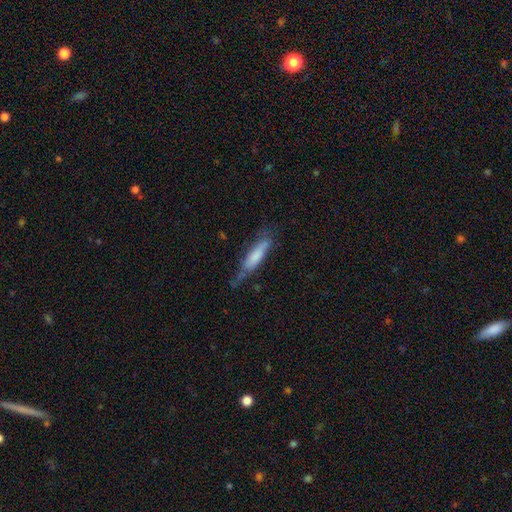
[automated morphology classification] This is likely a smooth galaxy (64%). How rounded: likely cigar-shaped (77%). Merging: possibly none (50%).